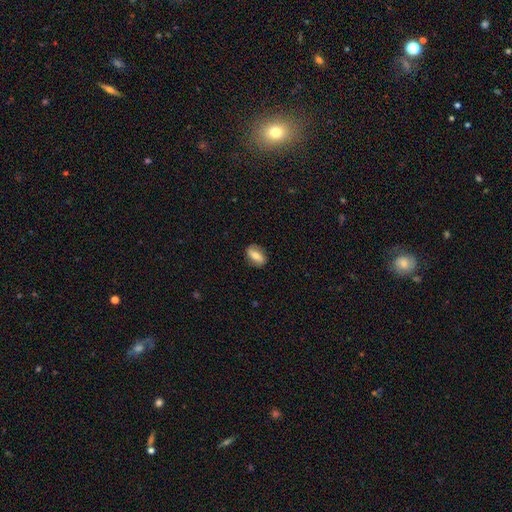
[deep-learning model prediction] A smooth galaxy with no disk features (57%) that is in between round and cigar-shaped (83%). Merging: none (84%).